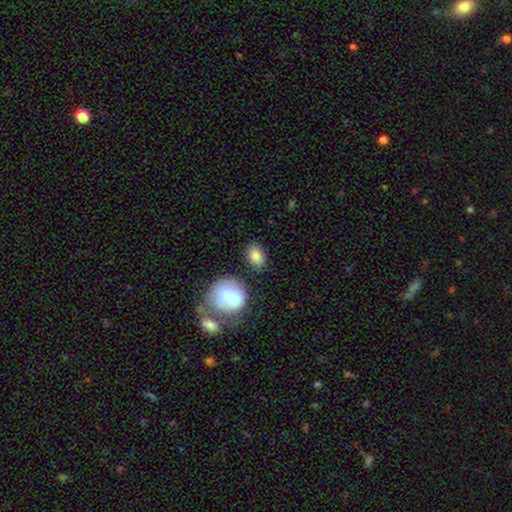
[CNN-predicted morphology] Smooth or featured? smooth (84%)
How rounded? in between (78%)
Merging? none (77%)